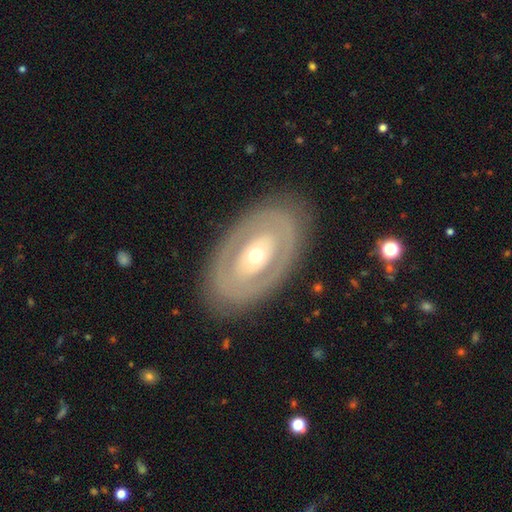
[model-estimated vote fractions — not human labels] smooth_or_featured: featured or disk (p=0.67) [alt: smooth p=0.28]
disk_edge_on: no (p=0.90) [alt: yes p=0.10]
bar: no (p=0.83) [alt: weak p=0.11]
has_spiral_arms: no (p=0.84) [alt: yes p=0.16]
bulge_size: moderate (p=0.61) [alt: small p=0.31]
merging: none (p=0.84) [alt: minor disturbance p=0.10]